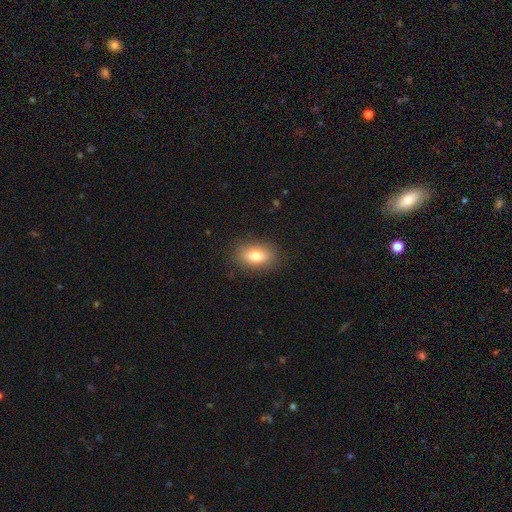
Smooth or featured: smooth — 82% (featured or disk — 18%)
How rounded: in between — 94% (round — 6%)
Merging: none — 92% (minor disturbance — 5%)